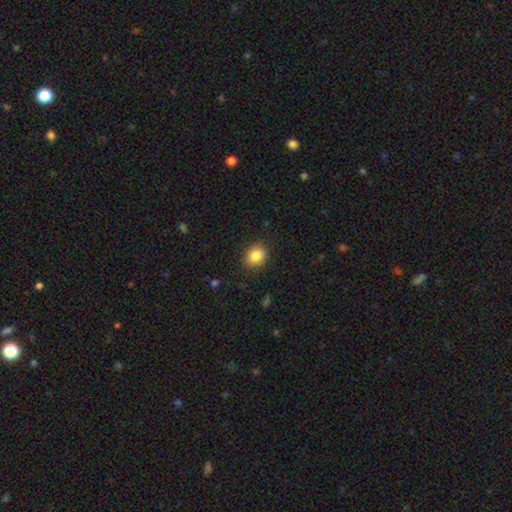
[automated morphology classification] Smooth or featured?
  - smooth: 86% *
  - star or artifact: 9%
  - featured or disk: 5%
How rounded?
  - round: 57% *
  - in between: 42%
  - cigar-shaped: 1%
Merging?
  - none: 88% *
  - minor disturbance: 8%
  - major disturbance: 3%
  - merger: 1%